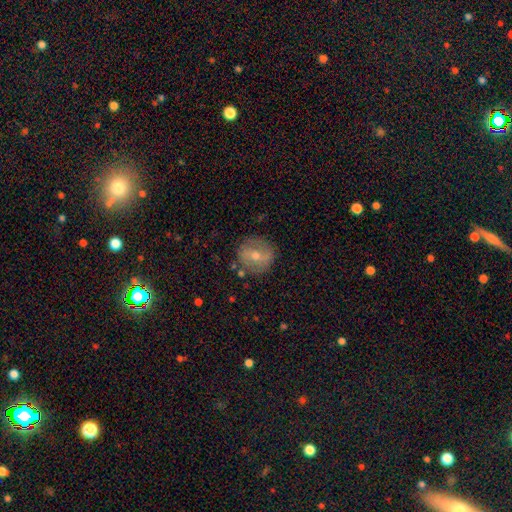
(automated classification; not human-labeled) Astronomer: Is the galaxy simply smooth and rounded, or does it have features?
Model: featured or disk — 46% (runner-up: smooth, 44%).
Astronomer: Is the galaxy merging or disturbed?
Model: none — 82%.